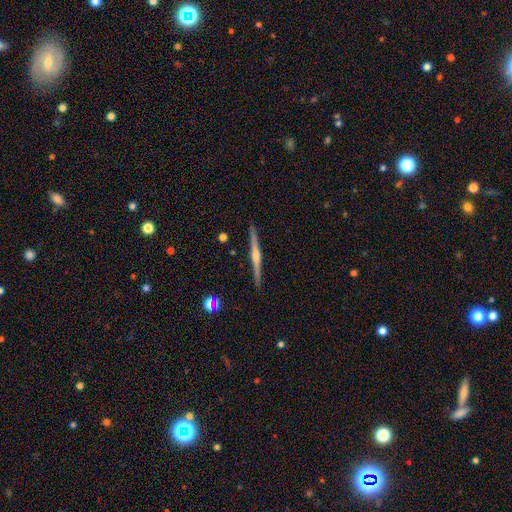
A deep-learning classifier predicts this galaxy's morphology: Q: Smooth or featured?
A: featured or disk (79%); runner-up: smooth (15%)
Q: Edge-on disk?
A: yes (98%); runner-up: no (2%)
Q: Edge-on bulge?
A: rounded (83%); runner-up: none (11%)
Q: Merging?
A: none (92%); runner-up: minor disturbance (6%)